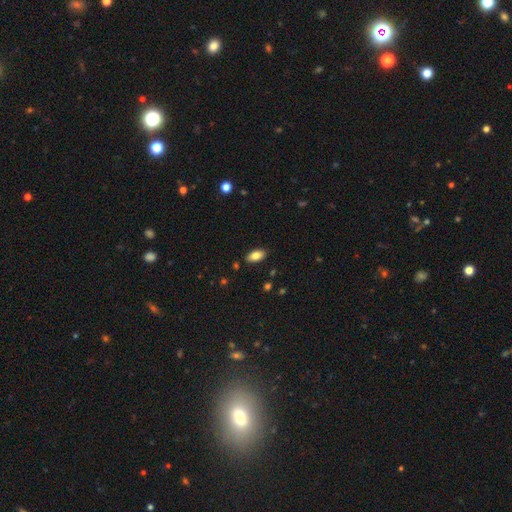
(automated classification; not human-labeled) This is clearly a smooth galaxy (80%). How rounded: clearly in between (92%). Merging: clearly none (87%).